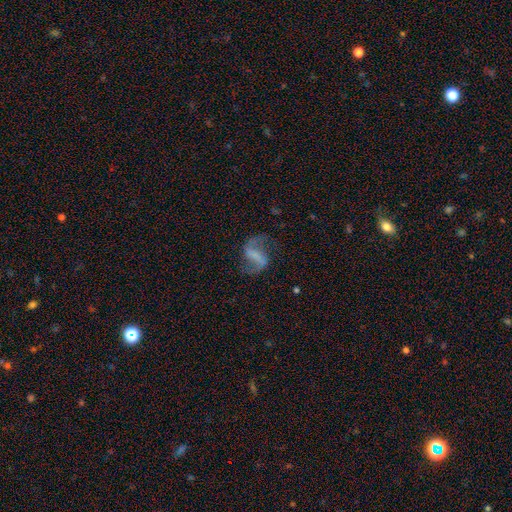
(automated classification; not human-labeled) Q: Smooth or featured?
A: featured or disk (82%); runner-up: smooth (10%)
Q: Edge-on disk?
A: no (98%); runner-up: yes (2%)
Q: Bar?
A: strong (49%); runner-up: weak (35%)
Q: Spiral arms?
A: yes (93%); runner-up: no (7%)
Q: Spiral winding?
A: loose (64%); runner-up: medium (30%)
Q: Spiral arm count?
A: 2 (93%); runner-up: 1 (2%)
Q: Bulge size?
A: none (62%); runner-up: small (18%)
Q: Merging?
A: none (73%); runner-up: minor disturbance (13%)